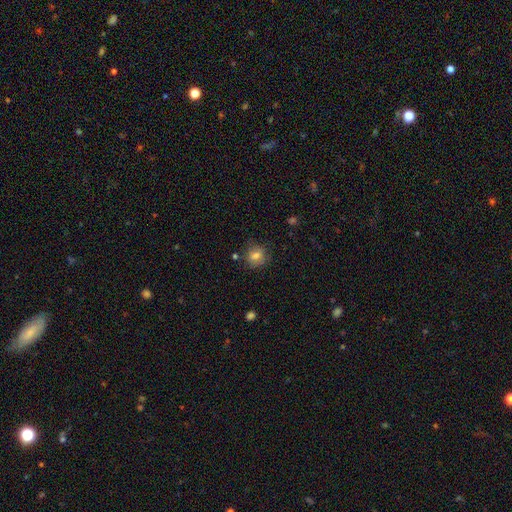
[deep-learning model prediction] Morphology: type=smooth (78%); roundness=round (75%); merging=none (77%).